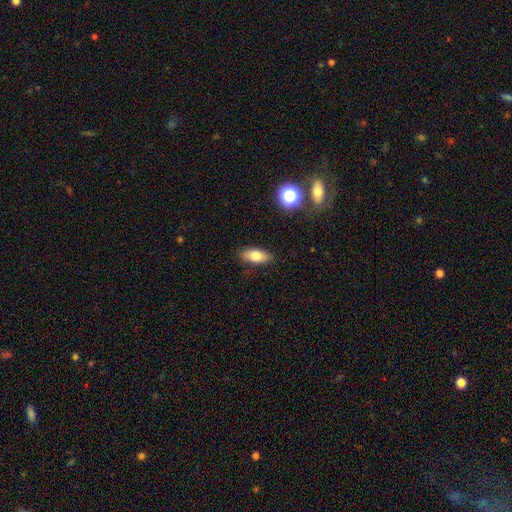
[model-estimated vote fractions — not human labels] Smooth or featured?
  - smooth: 76% *
  - featured or disk: 16%
  - star or artifact: 8%
How rounded?
  - in between: 79% *
  - cigar-shaped: 17%
  - round: 4%
Merging?
  - none: 86% *
  - minor disturbance: 10%
  - major disturbance: 2%
  - merger: 1%